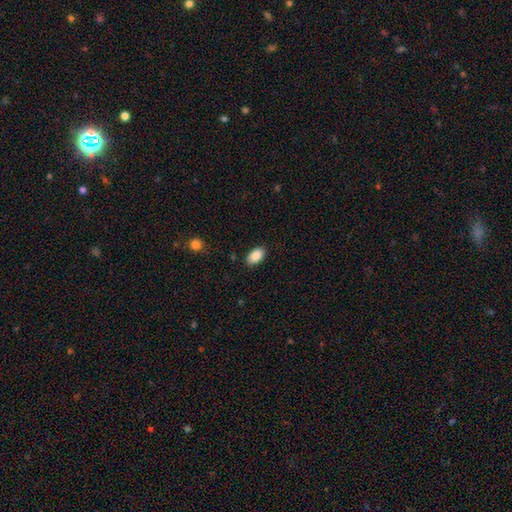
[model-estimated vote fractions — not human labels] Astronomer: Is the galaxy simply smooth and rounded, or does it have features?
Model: smooth — 89%.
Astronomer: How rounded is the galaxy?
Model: in between — 94%.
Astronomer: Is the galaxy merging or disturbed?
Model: none — 88%.